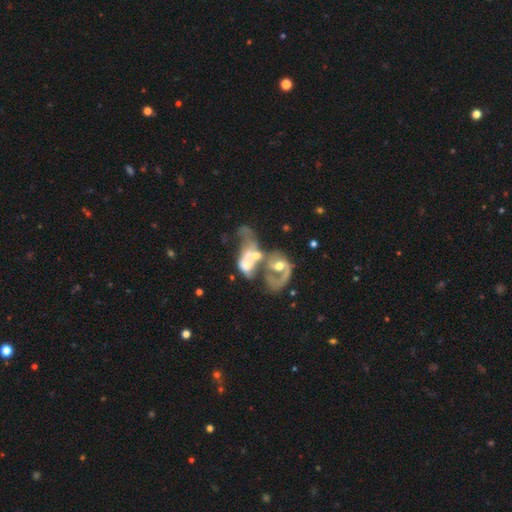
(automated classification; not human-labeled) Morphology: type=featured or disk (69%); edge-on=no (97%); bar=no (77%); spiral arms=no (51%); bulge=moderate (49%); merging=merger (72%).